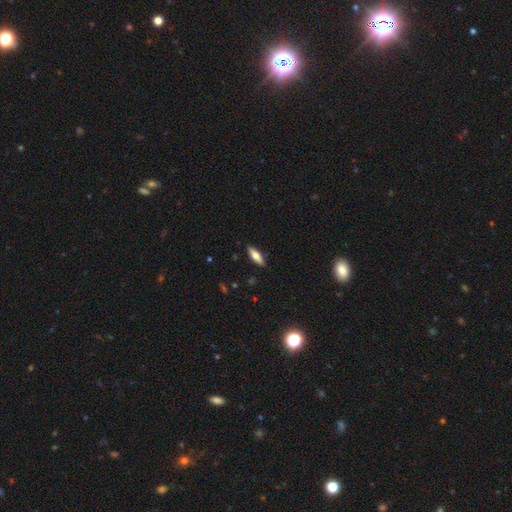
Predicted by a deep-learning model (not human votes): This appears to be a smooth galaxy with no disk features (61%) that is in between round and cigar-shaped (55%). Merging: none (87%).